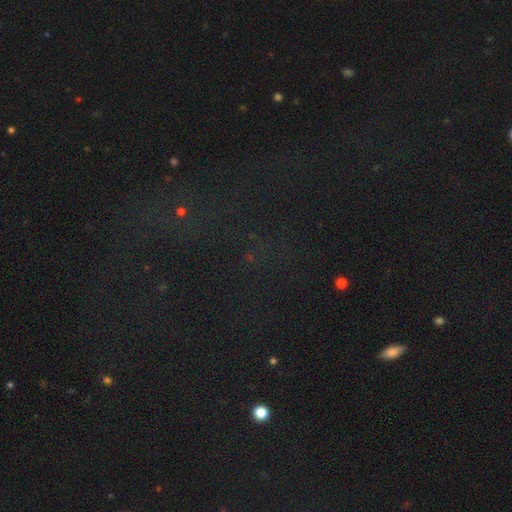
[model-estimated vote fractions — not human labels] This is likely a star or artifact rather than a galaxy (73%).